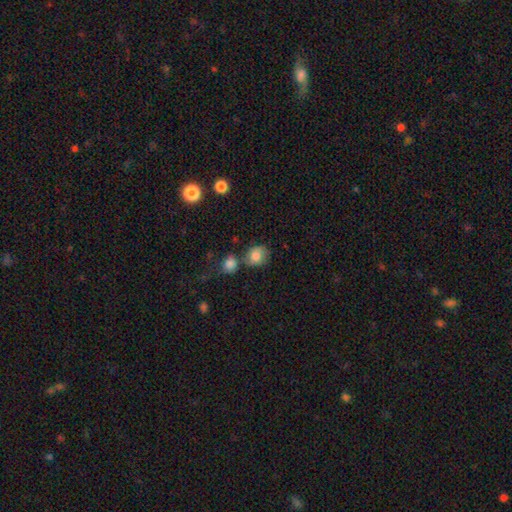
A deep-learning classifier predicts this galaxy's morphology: A smooth galaxy with no disk features (80%) that is round (69%).

Vote fractions:
- Smooth or featured? smooth: 80% / featured or disk: 11% / star or artifact: 9%
- How rounded? round: 69% / in between: 30% / cigar-shaped: 1%
- Merging? none: 56% / merger: 22% / minor disturbance: 16% / major disturbance: 6%